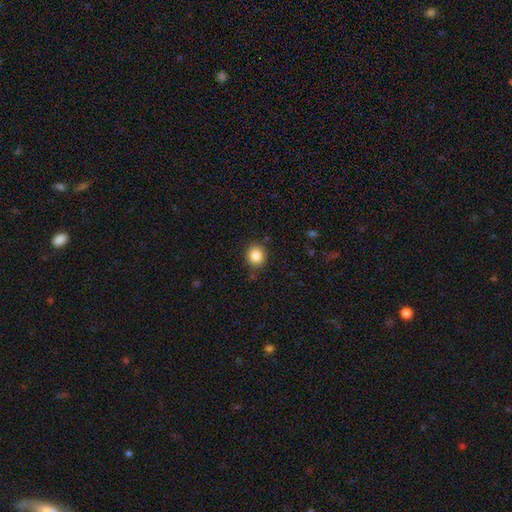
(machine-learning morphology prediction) The model was most divided on "how rounded": round: 81%, in between: 18%, cigar-shaped: 1%. More confident: merging — none (87%); smooth or featured — smooth (85%).